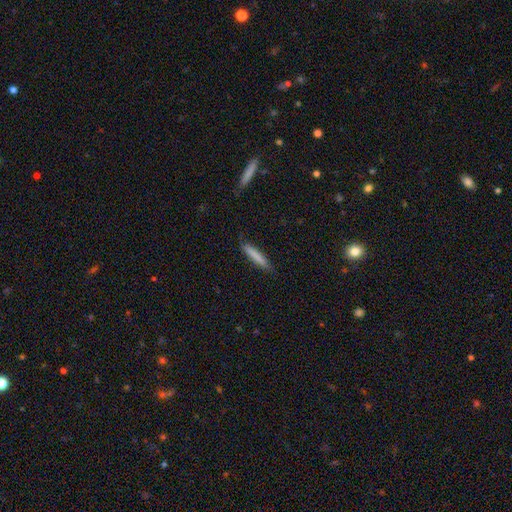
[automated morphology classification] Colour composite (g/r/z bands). It shows a smooth galaxy with no disk features (80%) that is cigar-shaped (92%). Merging: none (86%).